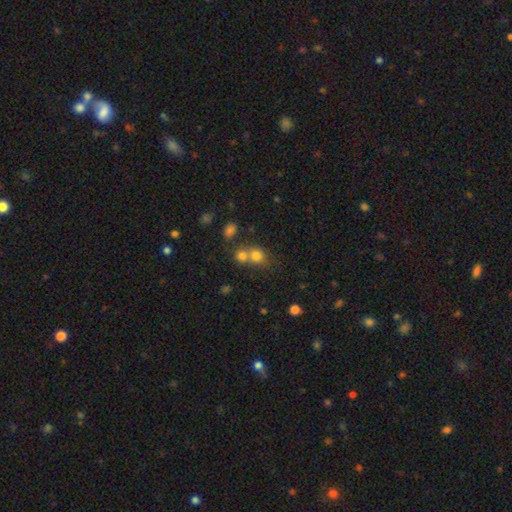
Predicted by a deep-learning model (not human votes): This appears to be a smooth galaxy with no disk features (75%) that is round (75%). Merging: merger (53%).